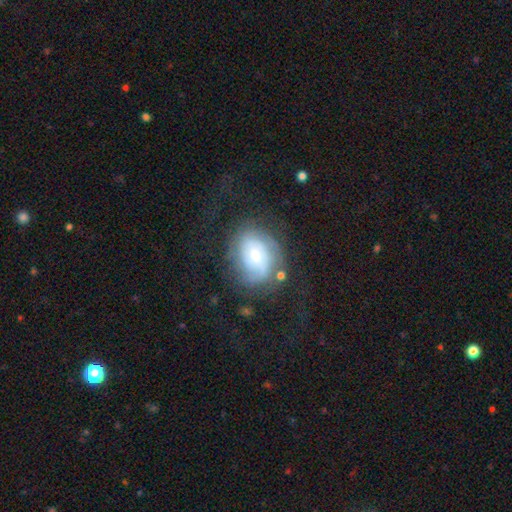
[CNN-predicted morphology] This appears to be a featured or disk galaxy (66%) with no bar (64%), tight (55%) spiral arms (84%) and a small central bulge (45%, tied with moderate). Merging: none (58%).